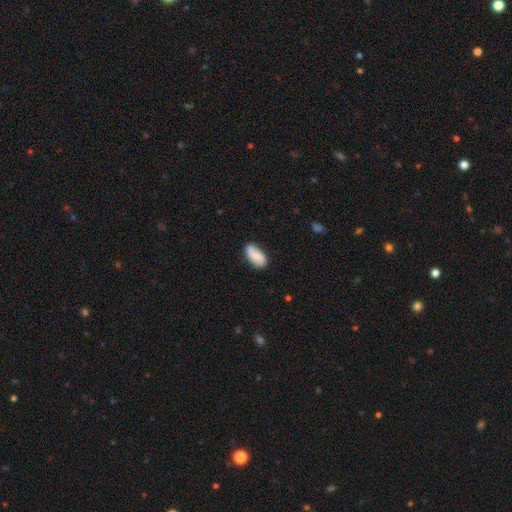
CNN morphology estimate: Smooth or featured? smooth (69%)
How rounded? in between (92%)
Merging? none (73%)